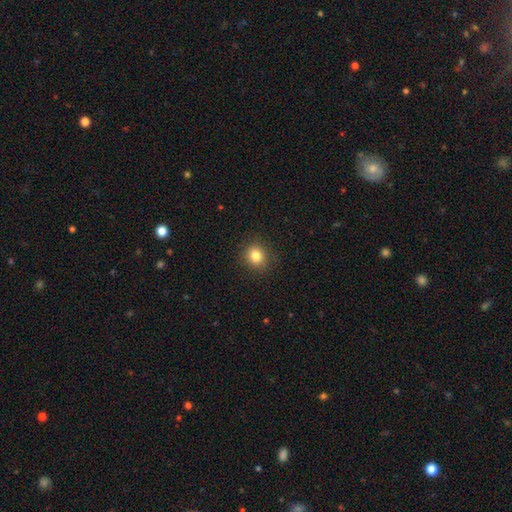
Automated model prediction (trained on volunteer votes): smooth_or_featured: smooth (p=0.82) [alt: star or artifact p=0.12]
how_rounded: round (p=0.83) [alt: in between p=0.16]
merging: none (p=0.90) [alt: minor disturbance p=0.07]